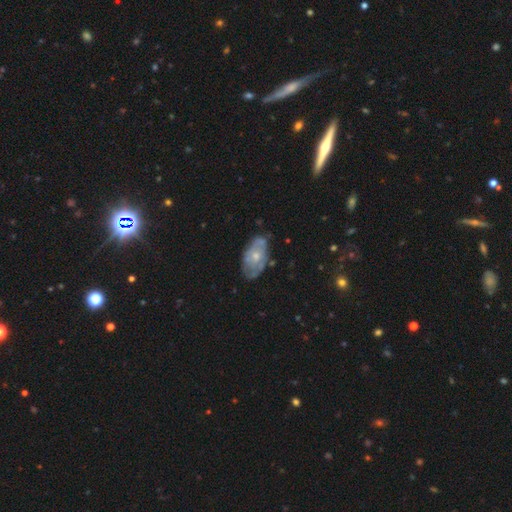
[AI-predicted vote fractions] Smooth or featured? Predicted: featured or disk (p=0.59). Edge-on disk? Predicted: no (p=0.93). Bar? Predicted: no (p=0.85). Spiral arms? Predicted: no (p=0.56). Bulge size? Predicted: moderate (p=0.51). Merging? Predicted: none (p=0.62).